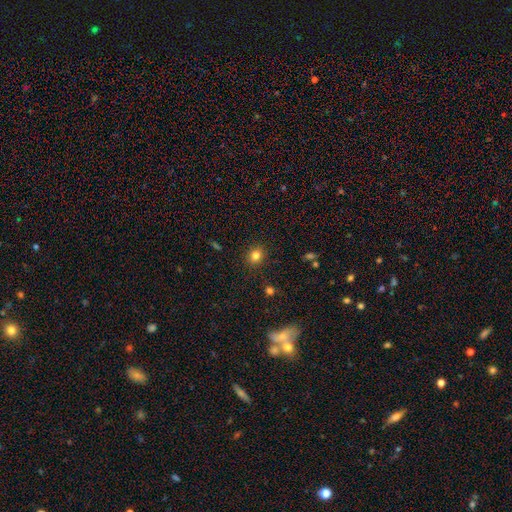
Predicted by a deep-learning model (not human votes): Smooth or featured? smooth (81%)
How rounded? round (75%)
Merging? none (89%)